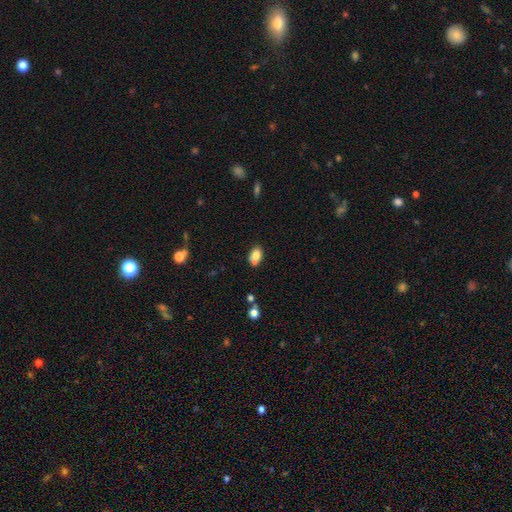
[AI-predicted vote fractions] smooth 78%, featured or disk 12%, star or artifact 10%. Down the decision tree: how rounded — in between (82%); merging — none (51%).